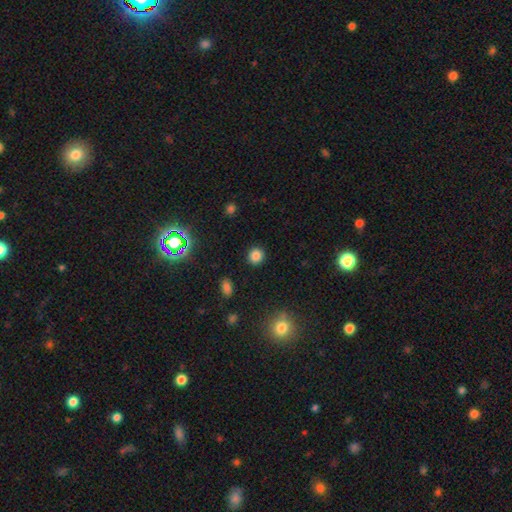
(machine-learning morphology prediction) A smooth galaxy with no disk features (82%) that is round (87%).

Vote fractions:
- Smooth or featured? smooth: 82% / star or artifact: 14% / featured or disk: 4%
- How rounded? round: 87% / in between: 12% / cigar-shaped: 1%
- Merging? none: 90% / minor disturbance: 6% / major disturbance: 2% / merger: 1%